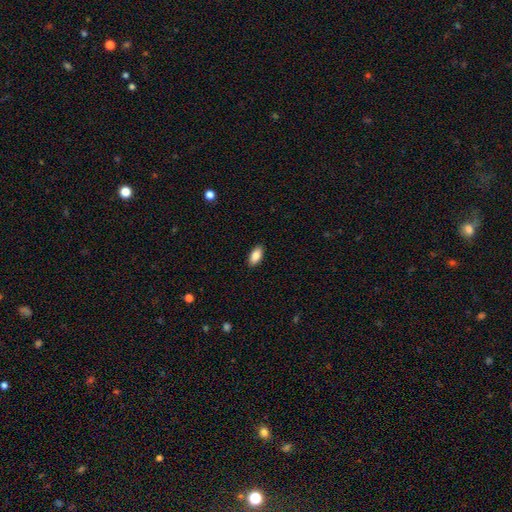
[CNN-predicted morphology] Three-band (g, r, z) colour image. It shows a smooth galaxy with no disk features (88%) that is in between round and cigar-shaped (91%). Merging: none (90%).